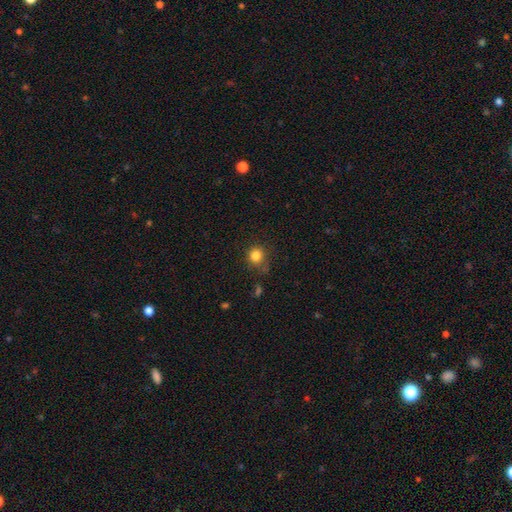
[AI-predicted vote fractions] Overall: smooth (83%). How rounded: round (87%). Merging: none (71%).